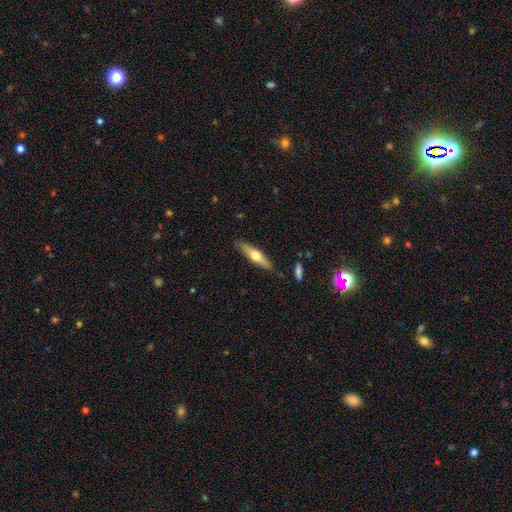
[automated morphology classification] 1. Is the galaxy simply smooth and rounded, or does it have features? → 52% smooth, 43% featured or disk, 6% star or artifact.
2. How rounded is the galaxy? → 71% cigar-shaped, 27% in between, 2% round.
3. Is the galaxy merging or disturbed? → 83% none, 12% minor disturbance, 2% merger, 2% major disturbance.